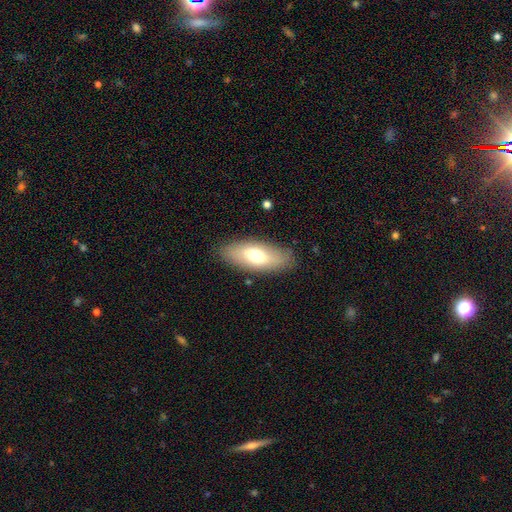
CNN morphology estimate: Smooth or featured: smooth — 66% (featured or disk — 27%)
How rounded: in between — 83% (cigar-shaped — 14%)
Merging: none — 86% (minor disturbance — 10%)